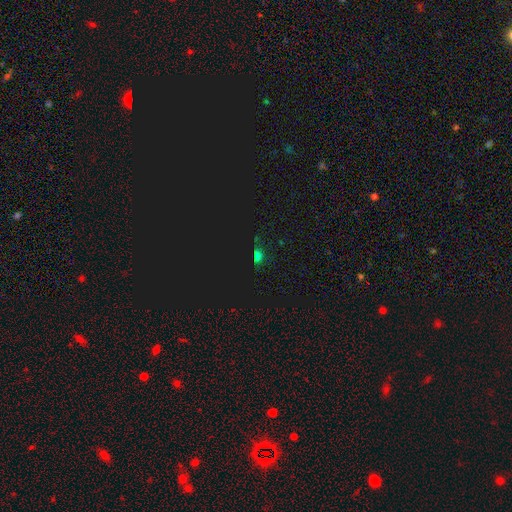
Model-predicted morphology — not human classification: Smooth or featured? star or artifact (59%)